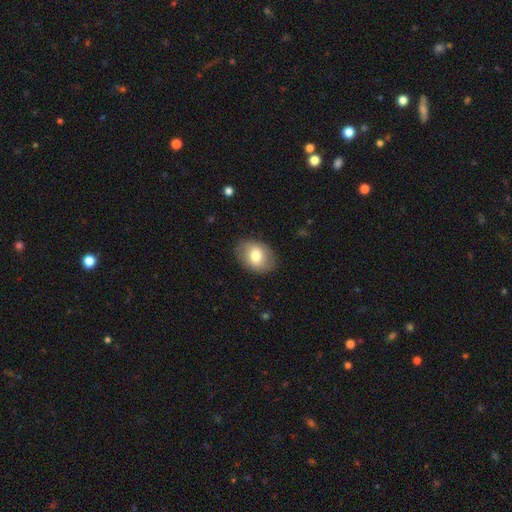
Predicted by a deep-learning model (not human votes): Morphology: type=smooth (72%); roundness=in between (74%); merging=none (84%).